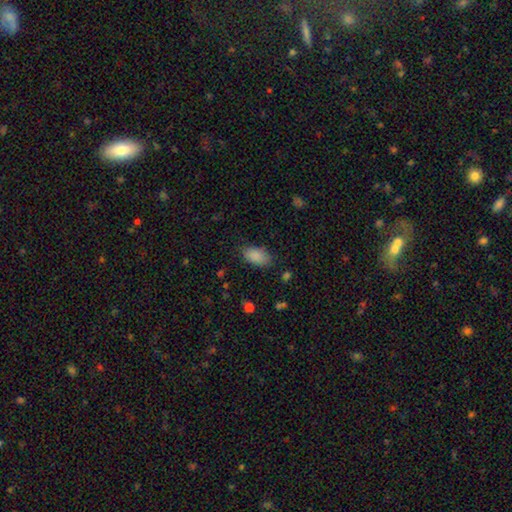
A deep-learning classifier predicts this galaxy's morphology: A smooth galaxy with no disk features (88%) that is in between round and cigar-shaped (93%).

Vote fractions:
- Smooth or featured? smooth: 88% / star or artifact: 8% / featured or disk: 4%
- How rounded? in between: 93% / round: 5% / cigar-shaped: 3%
- Merging? none: 80% / minor disturbance: 15% / major disturbance: 4% / merger: 1%